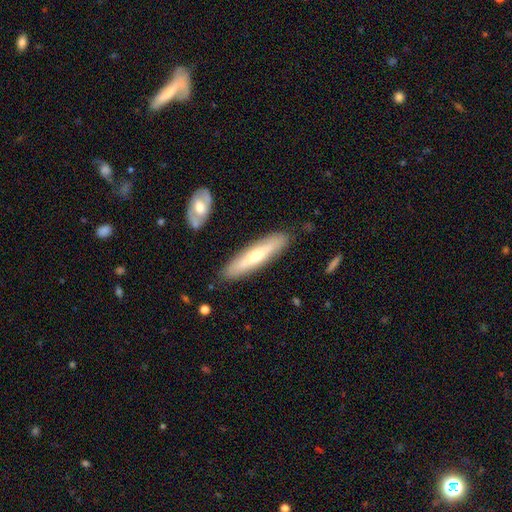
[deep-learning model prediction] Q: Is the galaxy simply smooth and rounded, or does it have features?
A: smooth — 47%, tied with featured or disk.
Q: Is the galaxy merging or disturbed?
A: none — 87%.